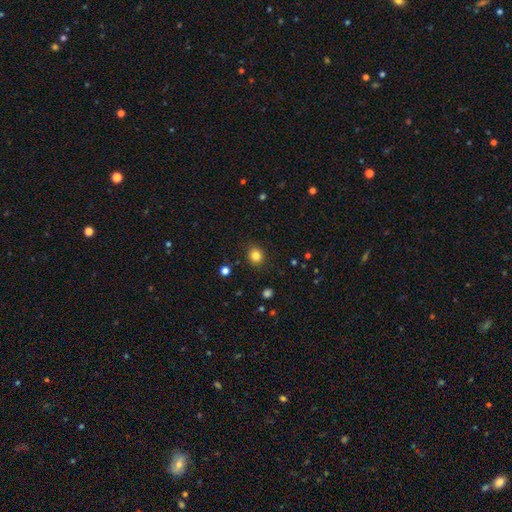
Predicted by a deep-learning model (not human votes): Overall: smooth (83%). How rounded: round (81%). Merging: none (89%).